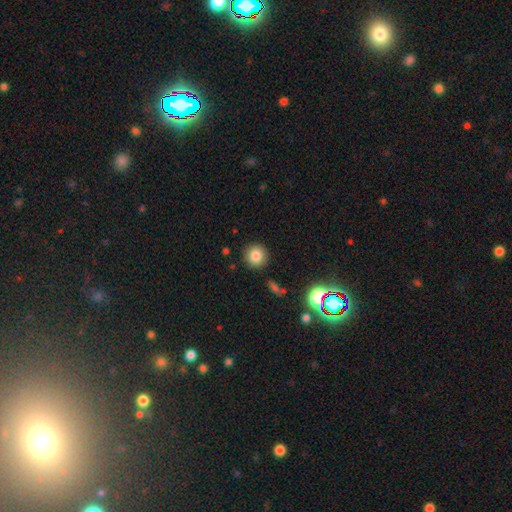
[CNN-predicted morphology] Smooth or featured? Predicted: smooth (p=0.83). How rounded? Predicted: round (p=0.93). Merging? Predicted: none (p=0.90).